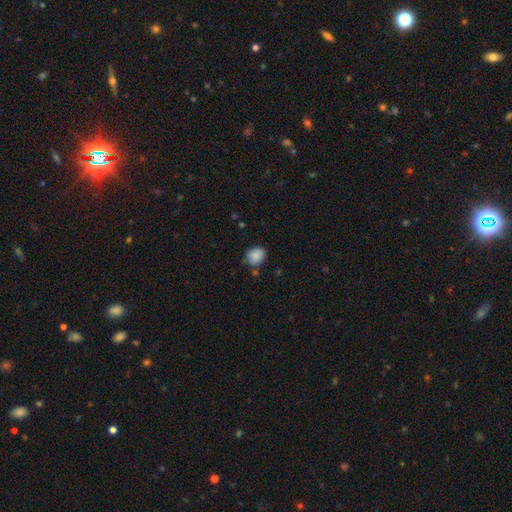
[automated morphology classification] Smooth or featured?
  - smooth: 86% *
  - star or artifact: 8%
  - featured or disk: 6%
How rounded?
  - round: 64% *
  - in between: 35%
  - cigar-shaped: 1%
Merging?
  - none: 70% *
  - minor disturbance: 21%
  - merger: 5%
  - major disturbance: 4%